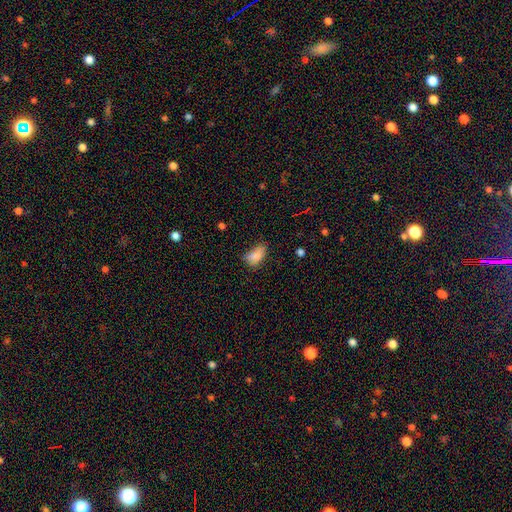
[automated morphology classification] Q: Smooth or featured?
A: smooth (82%); runner-up: star or artifact (9%)
Q: How rounded?
A: in between (90%); runner-up: round (6%)
Q: Merging?
A: none (48%); runner-up: minor disturbance (38%)